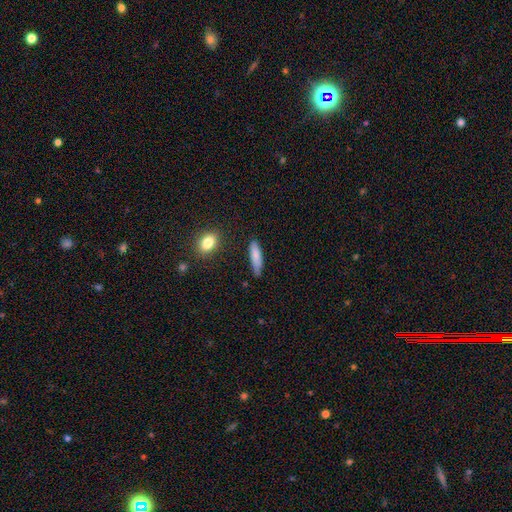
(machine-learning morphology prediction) smooth 80%, featured or disk 13%, star or artifact 7%. Down the decision tree: how rounded — cigar-shaped (70%); merging — none (72%).